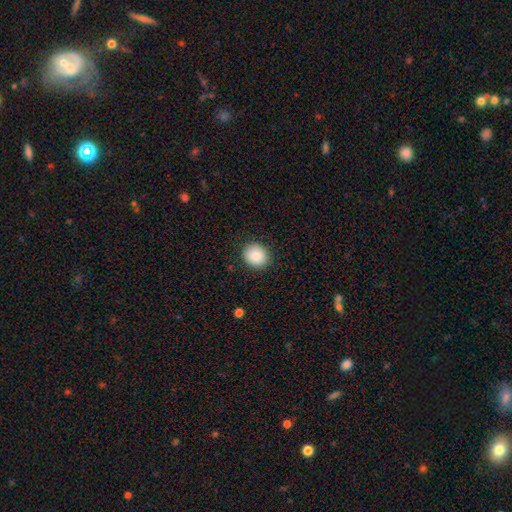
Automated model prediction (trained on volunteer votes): Smooth or featured? Predicted: smooth (p=0.87). How rounded? Predicted: round (p=0.74). Merging? Predicted: none (p=0.89).